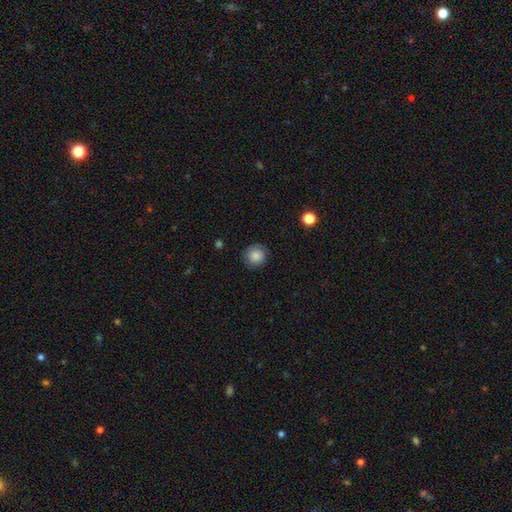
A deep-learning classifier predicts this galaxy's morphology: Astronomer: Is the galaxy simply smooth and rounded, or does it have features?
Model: smooth — 85%.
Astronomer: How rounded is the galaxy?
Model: round — 92%.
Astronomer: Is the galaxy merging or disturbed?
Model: none — 85%.